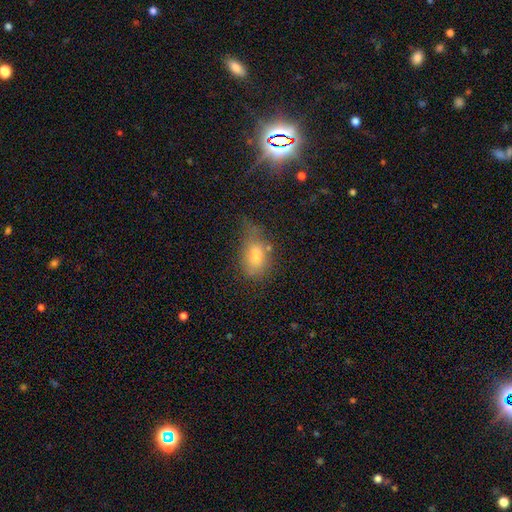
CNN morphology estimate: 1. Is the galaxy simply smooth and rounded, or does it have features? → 68% smooth, 17% featured or disk, 14% star or artifact.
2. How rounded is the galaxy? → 85% in between, 11% round, 4% cigar-shaped.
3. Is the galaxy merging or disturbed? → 43% none, 33% minor disturbance, 17% major disturbance, 6% merger.